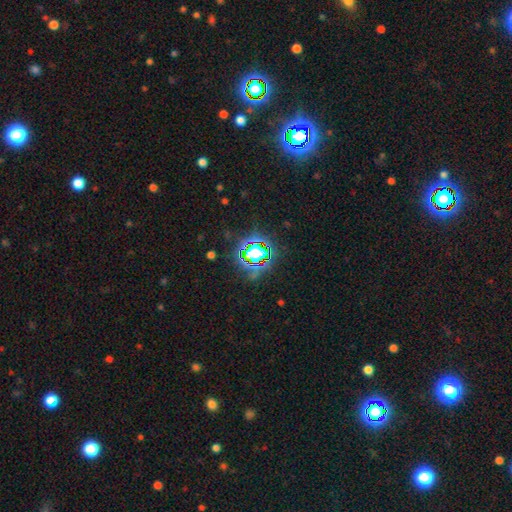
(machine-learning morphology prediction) A star or artifact, not a galaxy (83%).

Vote fractions:
- Smooth or featured? star or artifact: 83% / smooth: 10% / featured or disk: 7%